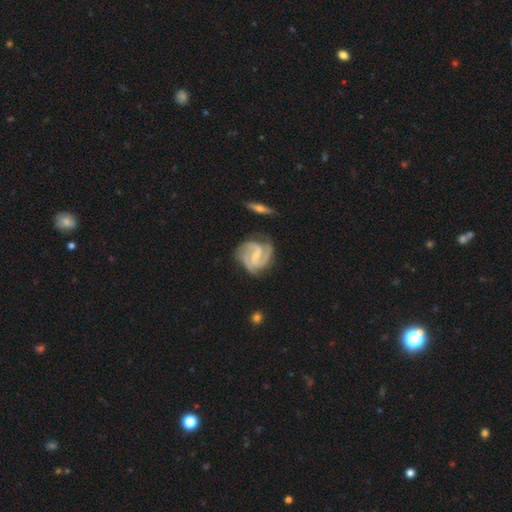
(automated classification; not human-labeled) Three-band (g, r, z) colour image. It shows a featured or disk galaxy (91%) with a weak bar (54%), 3 (47%) medium (47%) spiral arms (98%) and a small central bulge (63%). Merging: none (66%).